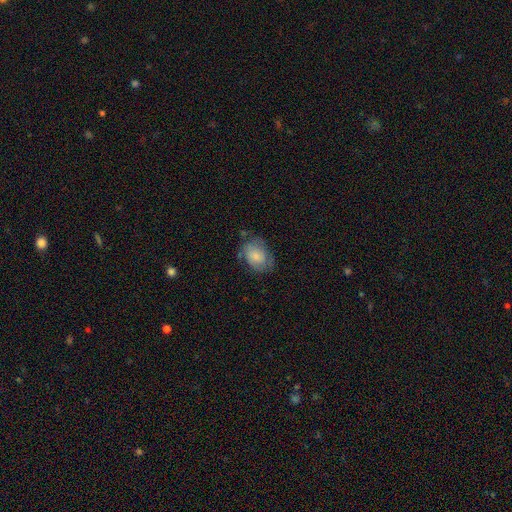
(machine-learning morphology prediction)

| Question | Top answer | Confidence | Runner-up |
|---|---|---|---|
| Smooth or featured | smooth | 70% | featured or disk (23%) |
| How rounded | in between | 75% | round (23%) |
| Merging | none | 58% | minor disturbance (28%) |